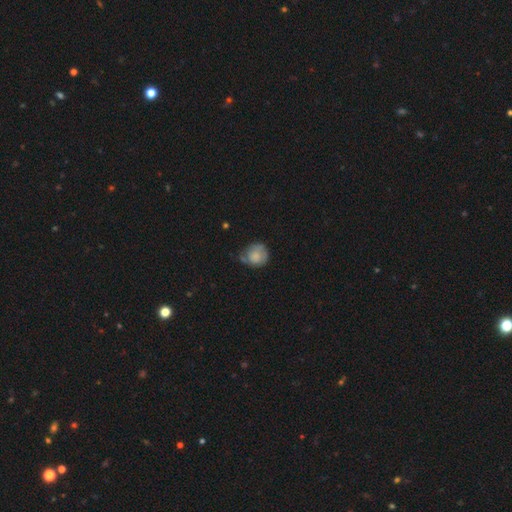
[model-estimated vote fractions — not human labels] Smooth or featured?
  - smooth: 67% *
  - featured or disk: 25%
  - star or artifact: 8%
How rounded?
  - round: 78% *
  - in between: 21%
  - cigar-shaped: 1%
Merging?
  - none: 48% *
  - minor disturbance: 35%
  - major disturbance: 13%
  - merger: 5%